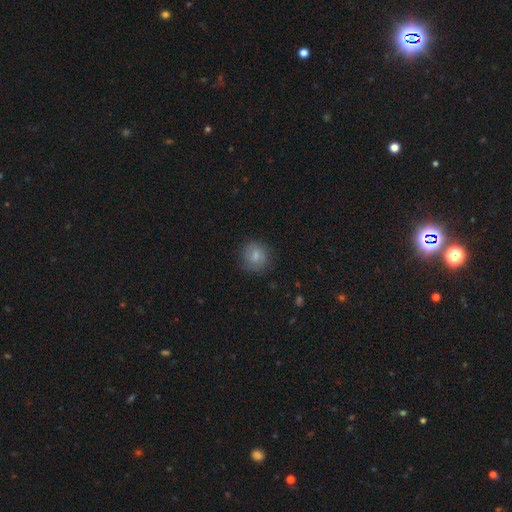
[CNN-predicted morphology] smooth_or_featured: smooth (p=0.67) [alt: featured or disk p=0.25]
how_rounded: round (p=0.84) [alt: in between p=0.15]
merging: none (p=0.80) [alt: minor disturbance p=0.14]